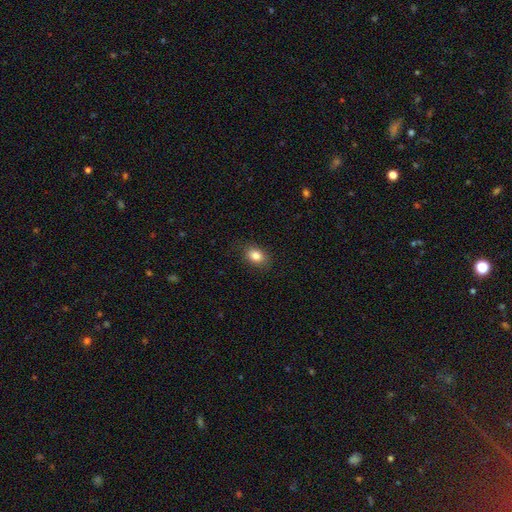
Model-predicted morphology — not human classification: smooth-or-featured: smooth: 84% | star or artifact: 9% | featured or disk: 7%
  how-rounded: in between: 73% | round: 25% | cigar-shaped: 1%
  merging: none: 85% | minor disturbance: 11% | major disturbance: 3% | merger: 1%